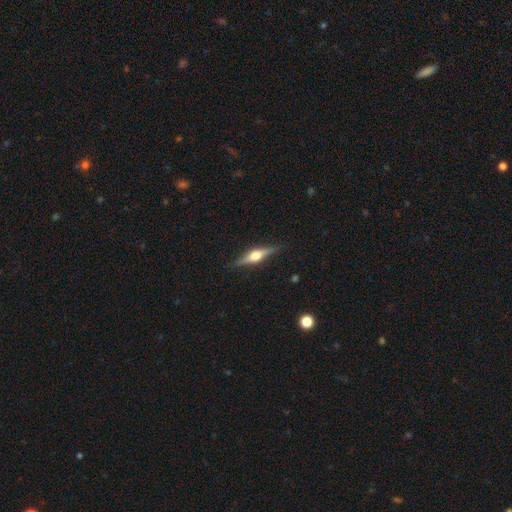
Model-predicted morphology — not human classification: Smooth or featured? Predicted: featured or disk (p=0.72). Edge-on disk? Predicted: yes (p=0.97). Edge-on bulge? Predicted: rounded (p=0.94). Merging? Predicted: none (p=0.87).